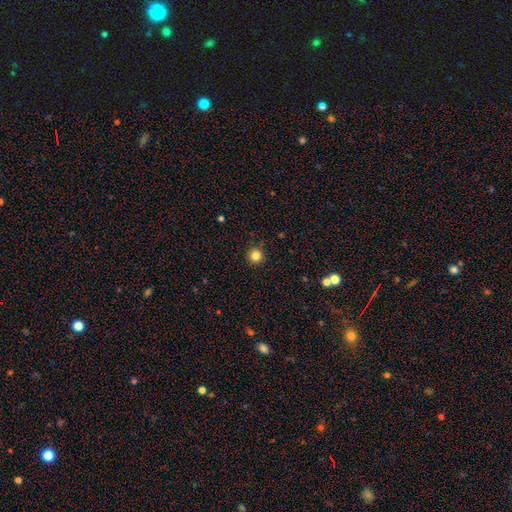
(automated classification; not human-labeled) Smooth or featured? smooth (82%)
How rounded? round (95%)
Merging? none (89%)